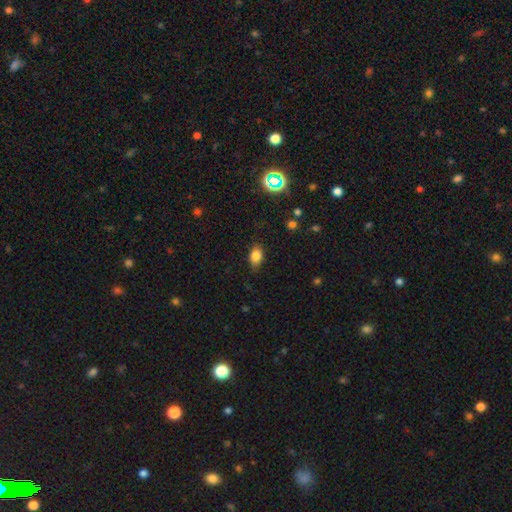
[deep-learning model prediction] Smooth or featured? smooth (82%)
How rounded? in between (82%)
Merging? none (77%)